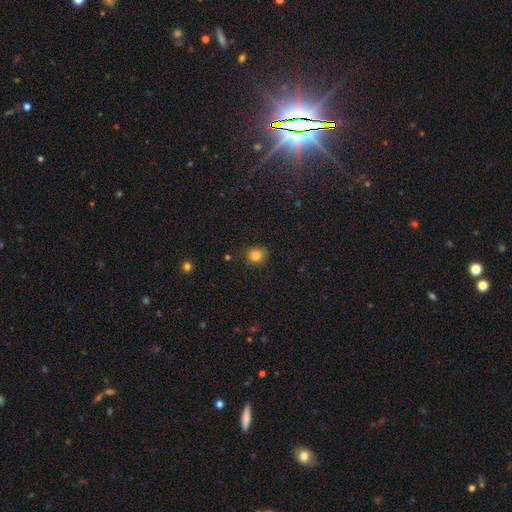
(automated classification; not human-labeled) smooth_or_featured: smooth (p=0.83) [alt: star or artifact p=0.12]
how_rounded: round (p=0.78) [alt: in between p=0.21]
merging: none (p=0.83) [alt: minor disturbance p=0.13]